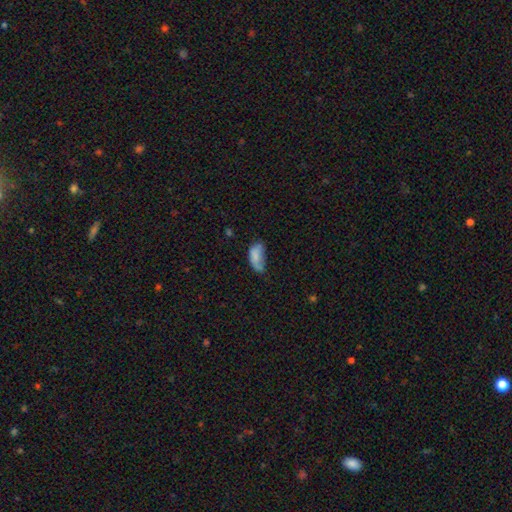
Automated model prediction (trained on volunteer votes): This appears to be a smooth galaxy with no disk features (74%) that is in between round and cigar-shaped (92%). Merging: minor disturbance (37%).